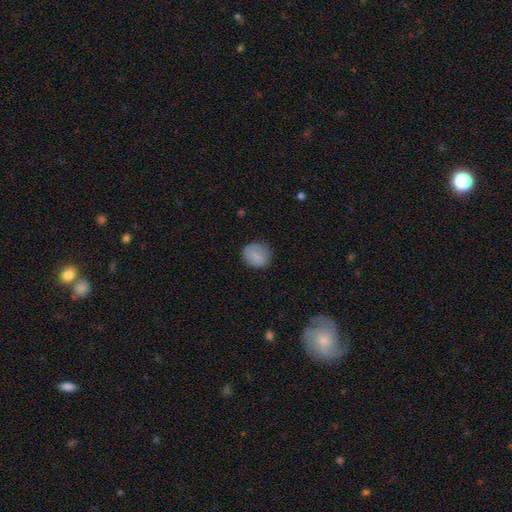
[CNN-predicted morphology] The model was most divided on "how rounded": round: 70%, in between: 28%, cigar-shaped: 1%. More confident: smooth or featured — smooth (81%); merging — none (77%).